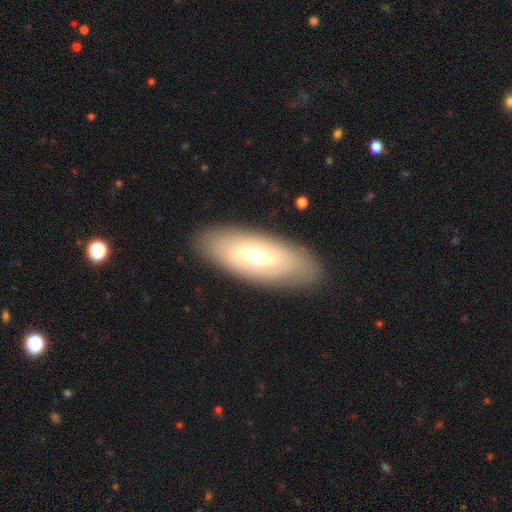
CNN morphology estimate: The model was most divided on "bar": no: 43%, weak: 39%, strong: 18%. More confident: merging — none (86%); edge-on disk — no (83%); bulge size — moderate (68%); smooth or featured — featured or disk (61%); spiral arms — yes (53%).